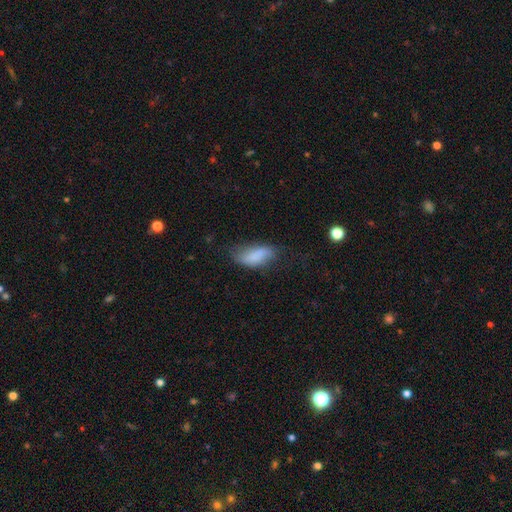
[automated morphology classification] The model was most divided on "merging": none: 48%, minor disturbance: 34%, major disturbance: 15%, merger: 3%. More confident: how rounded — in between (85%); smooth or featured — smooth (76%).